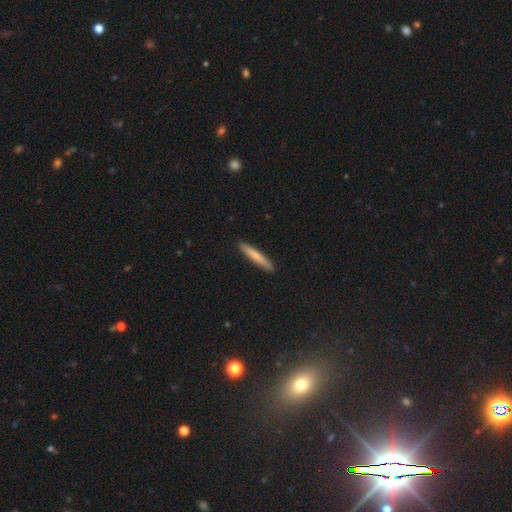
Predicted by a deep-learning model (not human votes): This is likely a smooth galaxy (70%). How rounded: clearly cigar-shaped (94%). Merging: clearly none (92%).